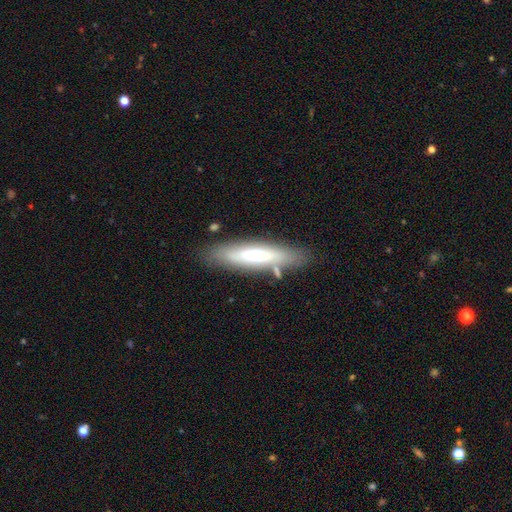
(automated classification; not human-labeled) Q: Smooth or featured?
A: featured or disk (50%); runner-up: smooth (43%)
Q: Merging?
A: none (80%); runner-up: minor disturbance (12%)